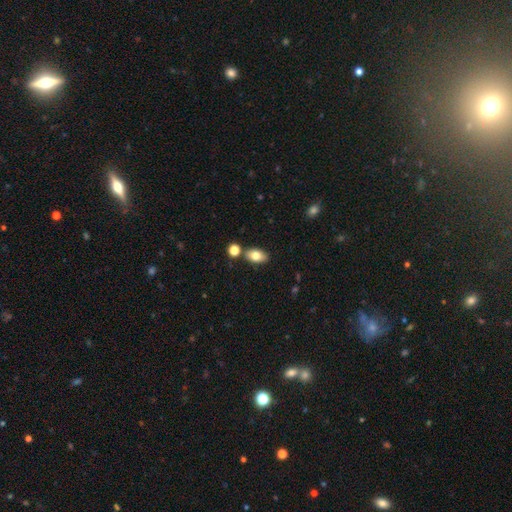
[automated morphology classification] smooth 78%, featured or disk 13%, star or artifact 8%. Down the decision tree: how rounded — in between (88%); merging — none (76%).